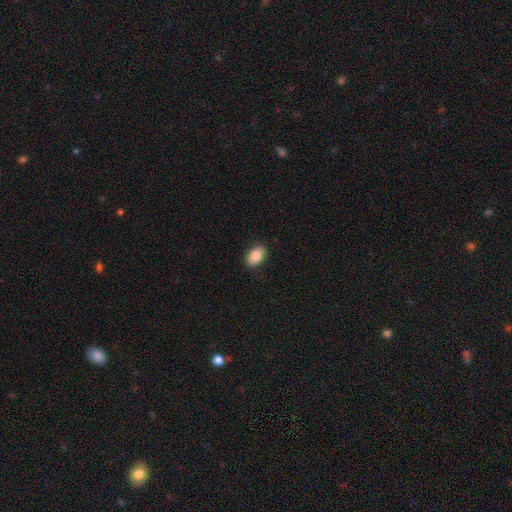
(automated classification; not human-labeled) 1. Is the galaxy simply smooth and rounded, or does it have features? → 85% smooth, 8% featured or disk, 7% star or artifact.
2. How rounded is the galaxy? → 90% in between, 8% round, 1% cigar-shaped.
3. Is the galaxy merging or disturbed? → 88% none, 9% minor disturbance, 2% major disturbance, 1% merger.